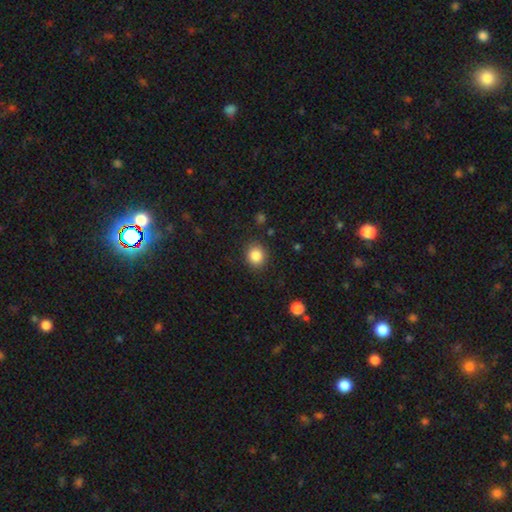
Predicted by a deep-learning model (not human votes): A smooth galaxy with no disk features (85%) that is round (78%). Merging: none (87%).